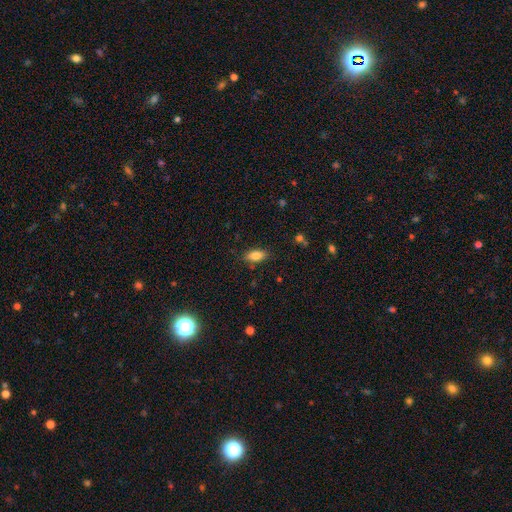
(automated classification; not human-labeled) smooth 82%, featured or disk 10%, star or artifact 8%. Down the decision tree: how rounded — in between (86%); merging — none (84%).